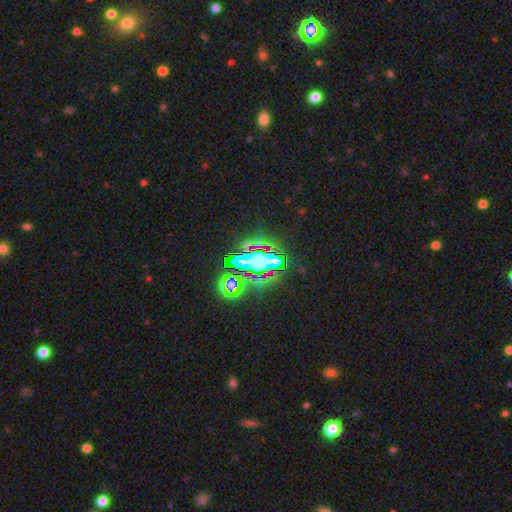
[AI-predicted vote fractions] The model was most divided on "smooth or featured": star or artifact: 66%, smooth: 20%, featured or disk: 14%.